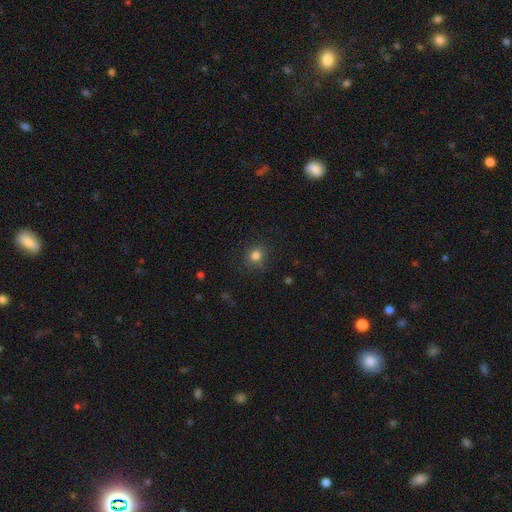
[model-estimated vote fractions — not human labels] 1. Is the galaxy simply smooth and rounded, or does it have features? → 81% smooth, 13% star or artifact, 6% featured or disk.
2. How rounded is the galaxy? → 77% round, 22% in between, 1% cigar-shaped.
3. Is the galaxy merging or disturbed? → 83% none, 12% minor disturbance, 4% major disturbance, 2% merger.